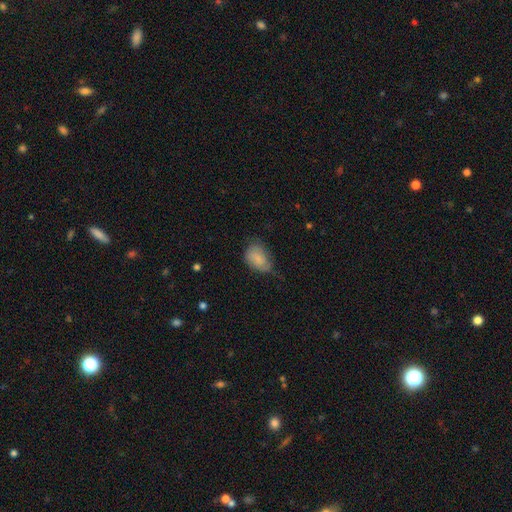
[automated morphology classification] Overall: smooth (79%). How rounded: in between (84%). Merging: none (47%; minor disturbance 39%).